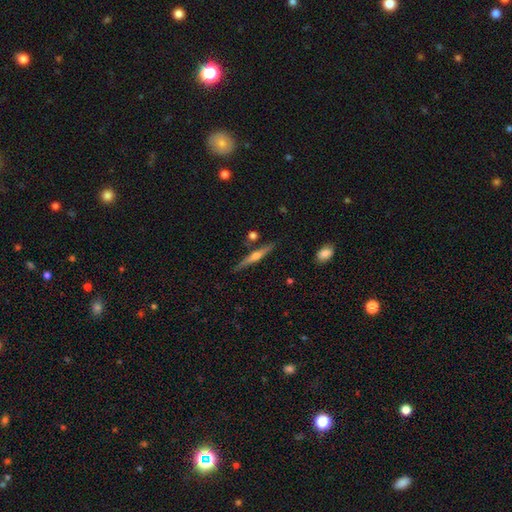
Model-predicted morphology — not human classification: Q: Smooth or featured?
A: featured or disk (66%); runner-up: smooth (28%)
Q: Edge-on disk?
A: yes (97%); runner-up: no (3%)
Q: Edge-on bulge?
A: rounded (89%); runner-up: none (7%)
Q: Merging?
A: none (85%); runner-up: minor disturbance (9%)